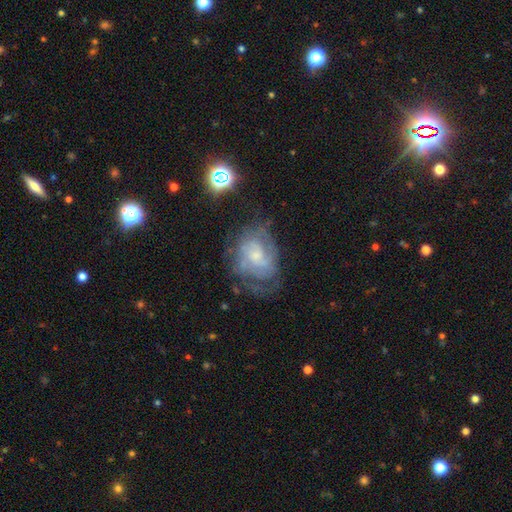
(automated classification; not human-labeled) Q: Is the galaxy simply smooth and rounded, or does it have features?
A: featured or disk — 74%.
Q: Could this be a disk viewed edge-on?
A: no — 97%.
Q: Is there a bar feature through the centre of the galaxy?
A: no — 60%.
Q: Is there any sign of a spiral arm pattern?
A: yes — 84%.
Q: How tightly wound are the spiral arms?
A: tight — 47%.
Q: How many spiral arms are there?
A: can't tell — 45%.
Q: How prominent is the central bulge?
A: small — 56%.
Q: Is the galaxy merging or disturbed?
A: none — 52%.